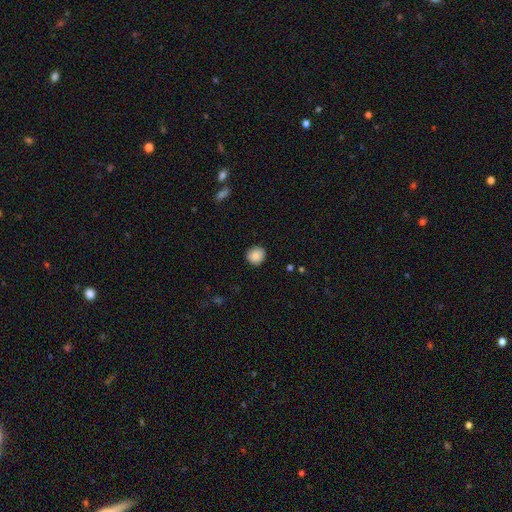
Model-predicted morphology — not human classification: smooth_or_featured: smooth (p=0.87) [alt: star or artifact p=0.08]
how_rounded: round (p=0.87) [alt: in between p=0.12]
merging: none (p=0.89) [alt: minor disturbance p=0.08]